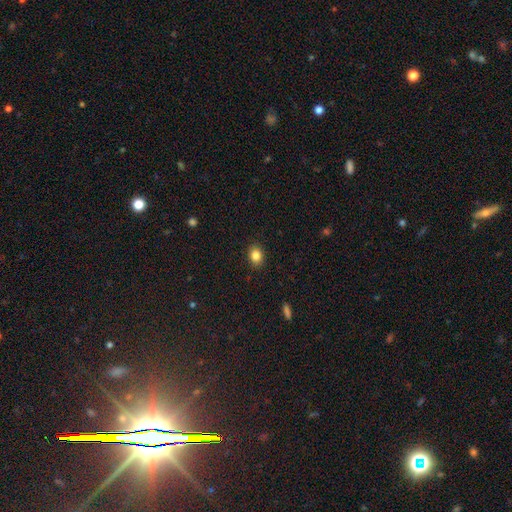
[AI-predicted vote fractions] This appears to be a smooth galaxy with no disk features (84%) that is in between round and cigar-shaped (54%). Merging: none (89%).